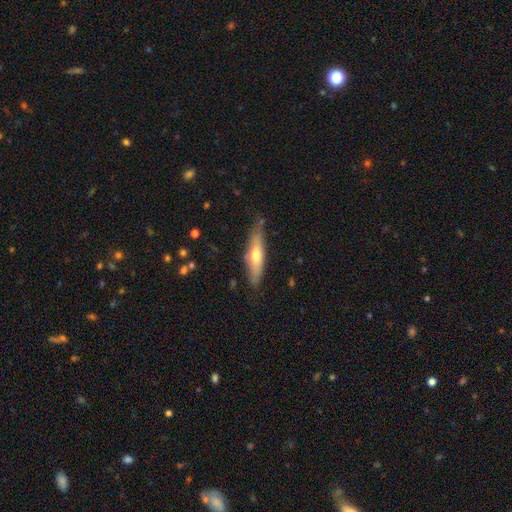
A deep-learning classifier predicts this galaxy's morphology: This is possibly a smooth galaxy (52%). How rounded: likely cigar-shaped (70%). Merging: likely none (77%).